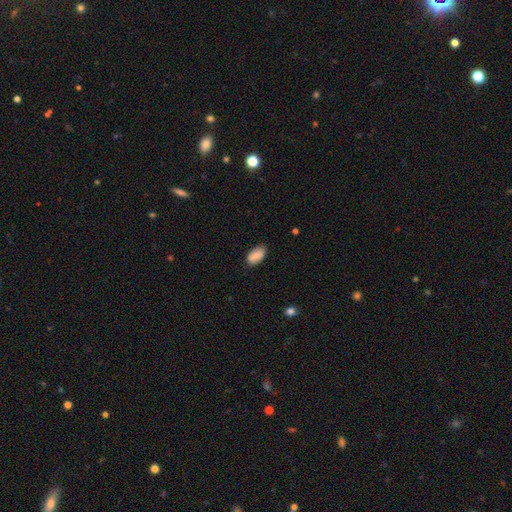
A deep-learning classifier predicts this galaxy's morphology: Q: Smooth or featured?
A: smooth (85%); runner-up: featured or disk (8%)
Q: How rounded?
A: in between (94%); runner-up: round (3%)
Q: Merging?
A: none (79%); runner-up: minor disturbance (17%)